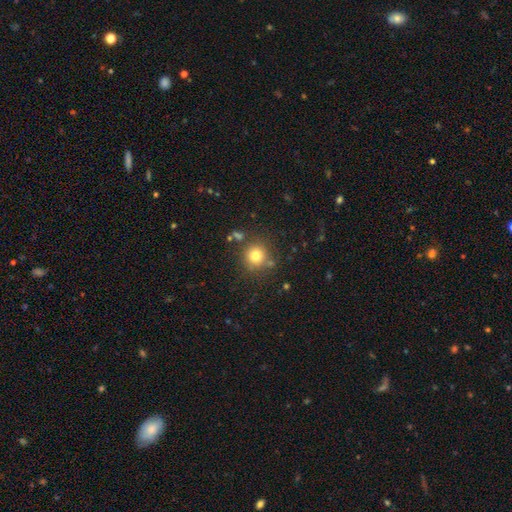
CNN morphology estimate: Overall: smooth (77%). How rounded: round (92%). Merging: none (80%).